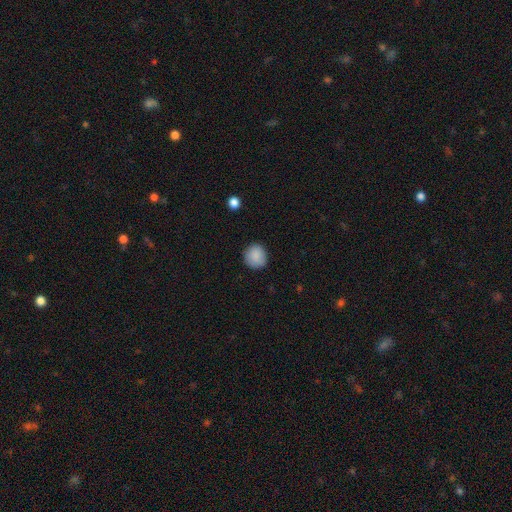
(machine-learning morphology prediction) A smooth galaxy with no disk features (88%) that is round (92%). Merging: none (88%).